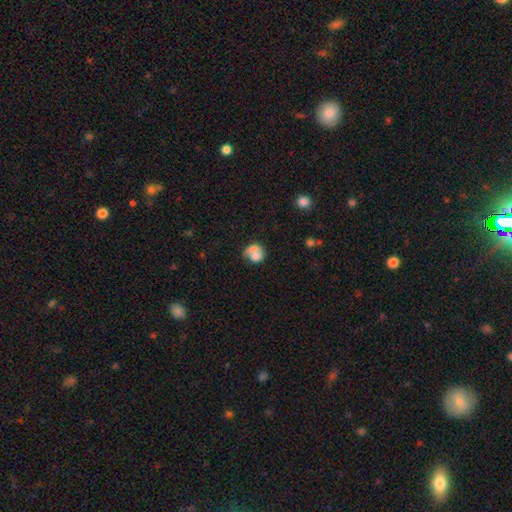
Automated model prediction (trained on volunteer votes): smooth 63%, featured or disk 28%, star or artifact 9%. Down the decision tree: how rounded — round (57%); merging — merger (48%).